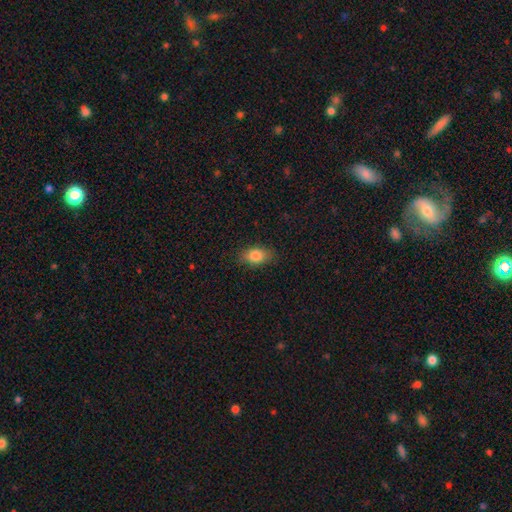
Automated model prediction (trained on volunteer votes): Overall: smooth (82%). How rounded: in between (84%). Merging: none (84%).